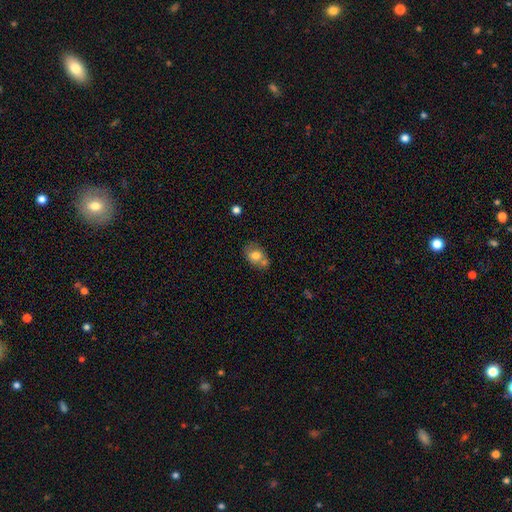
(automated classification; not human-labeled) smooth 73%, featured or disk 18%, star or artifact 9%. Down the decision tree: how rounded — in between (74%); merging — none (50%).